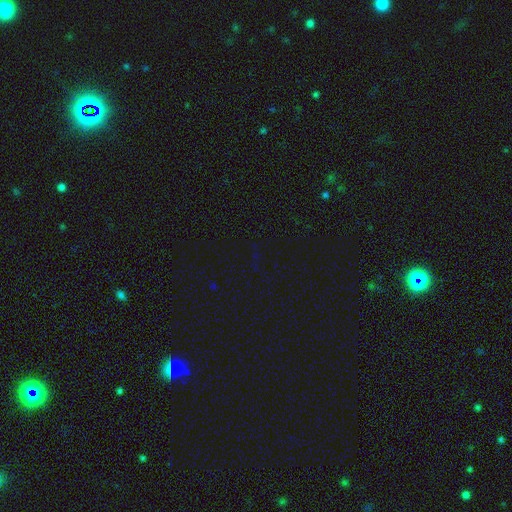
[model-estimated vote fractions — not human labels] smooth_or_featured: star or artifact (p=0.78) [alt: smooth p=0.15]